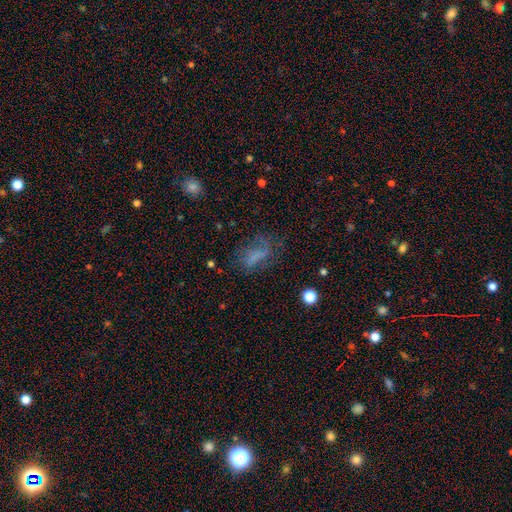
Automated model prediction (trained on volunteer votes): smooth_or_featured: smooth (p=0.49) [alt: featured or disk p=0.33]
merging: none (p=0.46) [alt: major disturbance p=0.27]